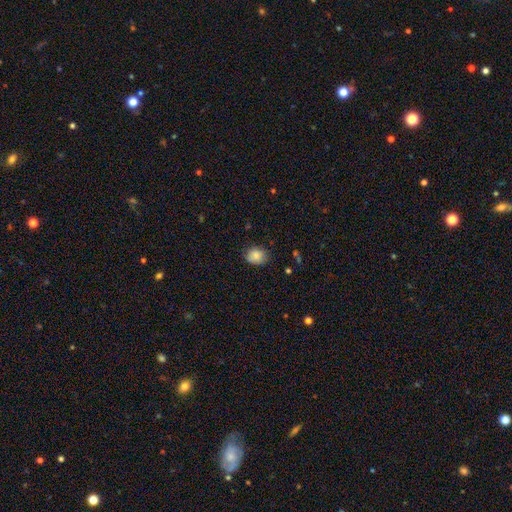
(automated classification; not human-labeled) Smooth or featured?
  - smooth: 86% *
  - star or artifact: 9%
  - featured or disk: 6%
How rounded?
  - round: 56% *
  - in between: 43%
  - cigar-shaped: 1%
Merging?
  - none: 78% *
  - minor disturbance: 17%
  - major disturbance: 3%
  - merger: 1%